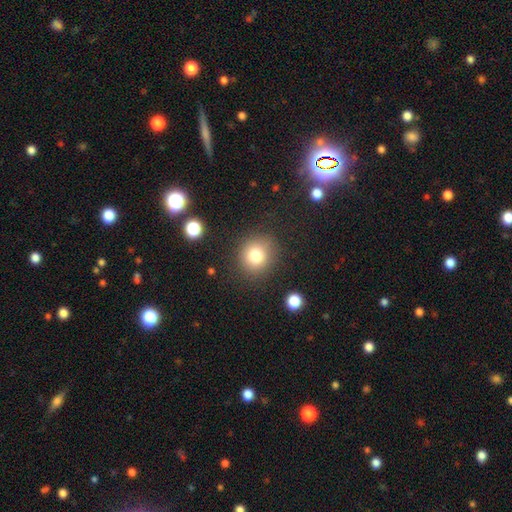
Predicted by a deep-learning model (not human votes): This is likely a smooth galaxy (78%). How rounded: clearly round (85%). Merging: clearly none (84%).